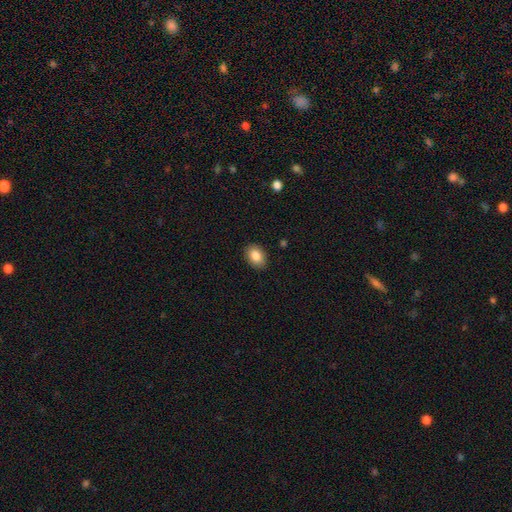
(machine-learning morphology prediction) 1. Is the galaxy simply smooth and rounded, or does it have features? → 86% smooth, 8% star or artifact, 6% featured or disk.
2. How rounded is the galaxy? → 79% in between, 20% round, 1% cigar-shaped.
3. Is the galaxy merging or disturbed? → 88% none, 9% minor disturbance, 2% major disturbance, 1% merger.